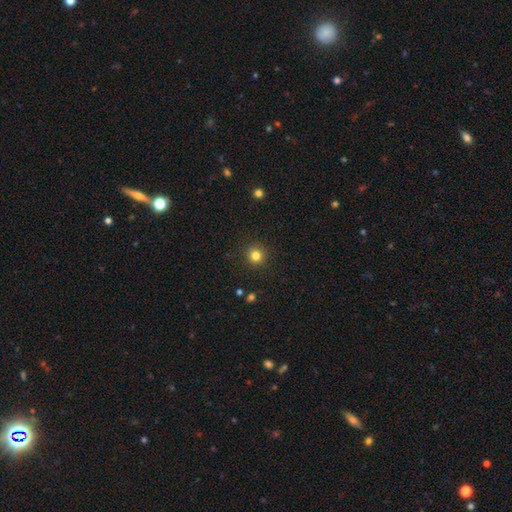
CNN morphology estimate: The model was most divided on "smooth or featured": smooth: 81%, star or artifact: 13%, featured or disk: 6%. More confident: how rounded — round (94%); merging — none (91%).